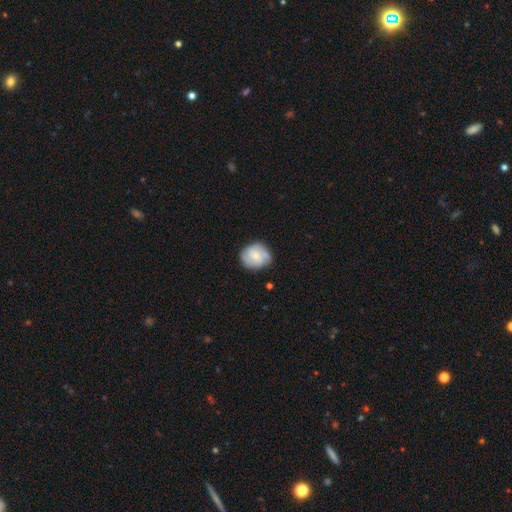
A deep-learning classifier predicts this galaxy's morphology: smooth-or-featured: featured or disk: 51% | smooth: 42% | star or artifact: 7%
  disk-edge-on: no: 98% | yes: 2%
    bar: no: 72% | weak: 24% | strong: 4%
    has-spiral-arms: yes: 83% | no: 17%
    bulge-size: small: 59% | moderate: 32% | none: 6% | large: 2% | dominant: 1%
  merging: none: 69% | minor disturbance: 23% | major disturbance: 6% | merger: 2%